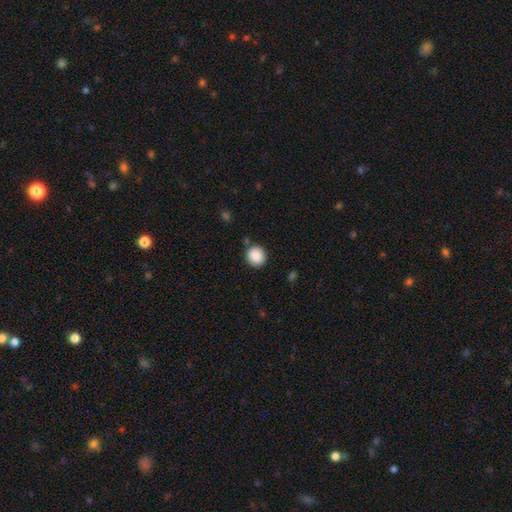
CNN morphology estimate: This is clearly a smooth galaxy (88%). How rounded: clearly round (90%). Merging: clearly none (85%).